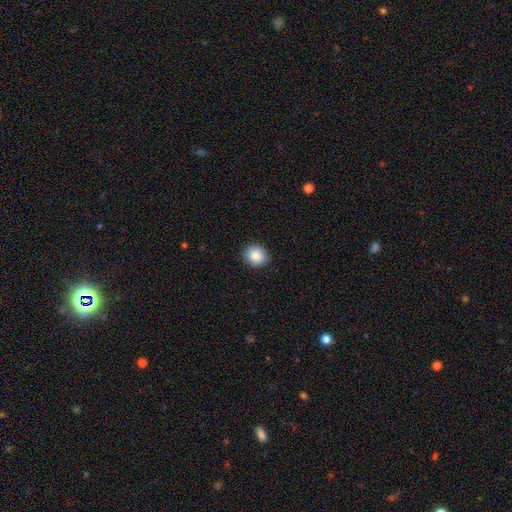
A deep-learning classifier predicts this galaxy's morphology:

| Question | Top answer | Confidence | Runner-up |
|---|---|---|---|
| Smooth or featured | smooth | 87% | star or artifact (8%) |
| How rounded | round | 76% | in between (24%) |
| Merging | none | 88% | minor disturbance (9%) |